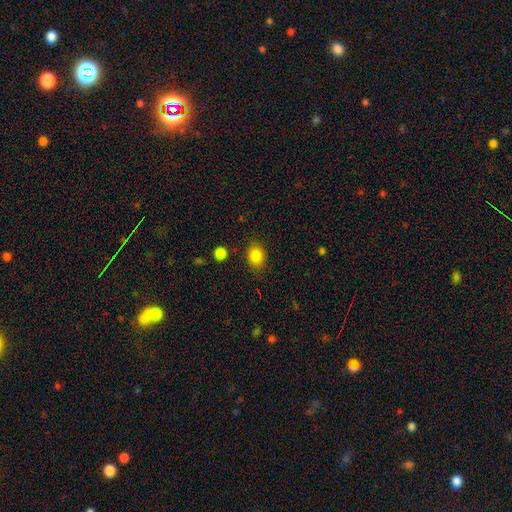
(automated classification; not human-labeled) Smooth or featured?
  - smooth: 85% *
  - star or artifact: 10%
  - featured or disk: 5%
How rounded?
  - in between: 55% *
  - round: 44%
  - cigar-shaped: 1%
Merging?
  - none: 83% *
  - minor disturbance: 12%
  - major disturbance: 3%
  - merger: 2%